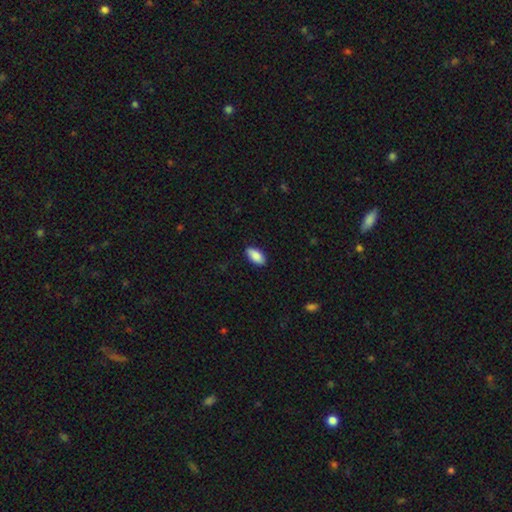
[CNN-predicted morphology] Smooth or featured?
  - smooth: 88% *
  - featured or disk: 6%
  - star or artifact: 6%
How rounded?
  - in between: 91% *
  - cigar-shaped: 7%
  - round: 2%
Merging?
  - none: 87% *
  - minor disturbance: 10%
  - major disturbance: 2%
  - merger: 1%